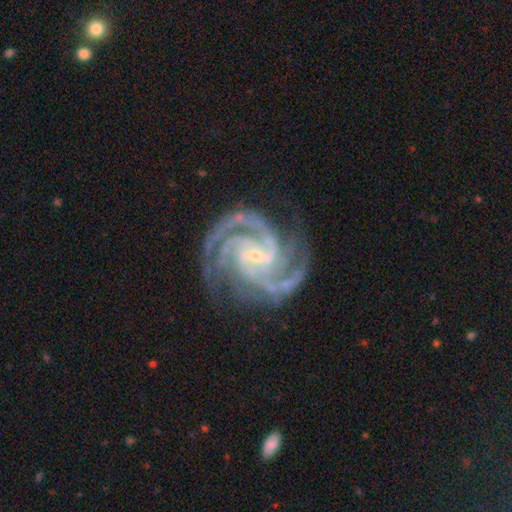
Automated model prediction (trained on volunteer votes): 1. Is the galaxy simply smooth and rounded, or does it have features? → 94% featured or disk, 4% star or artifact, 2% smooth.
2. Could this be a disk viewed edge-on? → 98% no, 2% yes.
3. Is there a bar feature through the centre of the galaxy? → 39% weak, 38% no, 23% strong.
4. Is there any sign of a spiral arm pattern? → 99% yes, 1% no.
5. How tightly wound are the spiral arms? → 59% tight, 37% medium, 3% loose.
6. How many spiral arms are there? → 38% 3, 32% 4, 11% 2, 7% more than 4, 7% can't tell, 6% 1.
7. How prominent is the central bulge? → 81% small, 15% moderate, 2% none, 1% large, 1% dominant.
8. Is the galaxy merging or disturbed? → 77% none, 16% minor disturbance, 6% major disturbance, 1% merger.